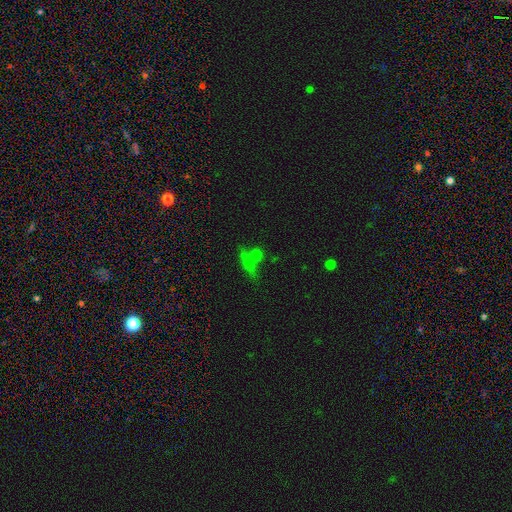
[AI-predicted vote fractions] Smooth or featured: smooth — 51% (featured or disk — 27%)
How rounded: round — 45% (in between — 37%)
Merging: merger — 43% (none — 40%)